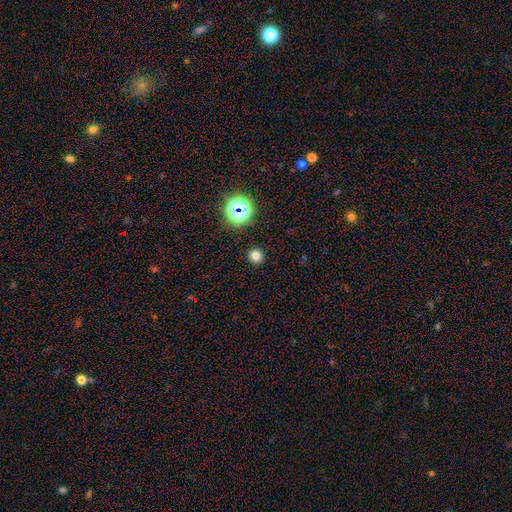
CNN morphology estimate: smooth_or_featured: smooth (p=0.74) [alt: star or artifact p=0.21]
how_rounded: round (p=0.94) [alt: in between p=0.05]
merging: none (p=0.91) [alt: minor disturbance p=0.05]